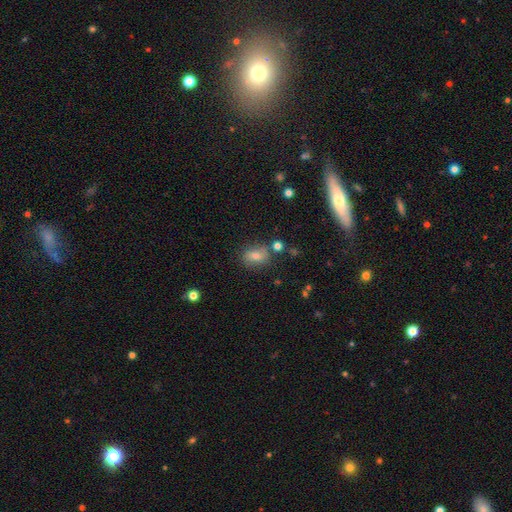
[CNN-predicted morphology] This is likely a smooth galaxy (66%). How rounded: likely in between (68%). Merging: likely none (75%).